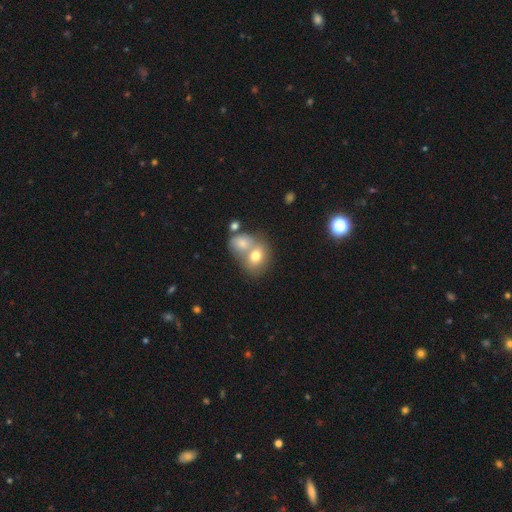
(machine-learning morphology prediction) Smooth or featured: smooth — 73% (featured or disk — 17%)
How rounded: round — 56% (in between — 43%)
Merging: merger — 57% (none — 31%)